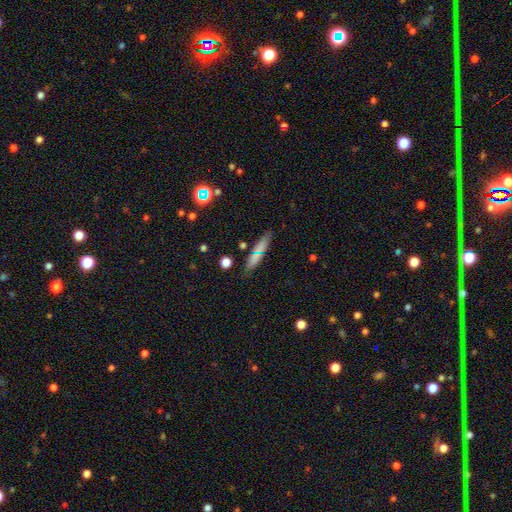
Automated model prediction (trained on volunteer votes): Smooth or featured?
  - smooth: 64% *
  - featured or disk: 24%
  - star or artifact: 12%
How rounded?
  - cigar-shaped: 84% *
  - in between: 13%
  - round: 3%
Merging?
  - none: 82% *
  - minor disturbance: 11%
  - merger: 4%
  - major disturbance: 3%